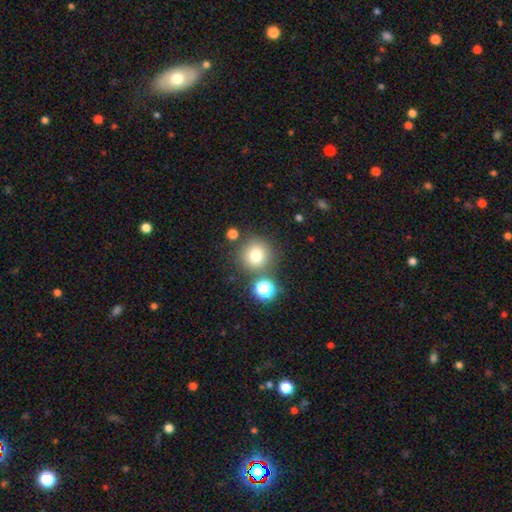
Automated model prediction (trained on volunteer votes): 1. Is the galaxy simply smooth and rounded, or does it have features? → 75% smooth, 16% star or artifact, 10% featured or disk.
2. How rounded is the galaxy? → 94% round, 5% in between, 1% cigar-shaped.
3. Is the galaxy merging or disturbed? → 78% none, 9% merger, 9% minor disturbance, 4% major disturbance.